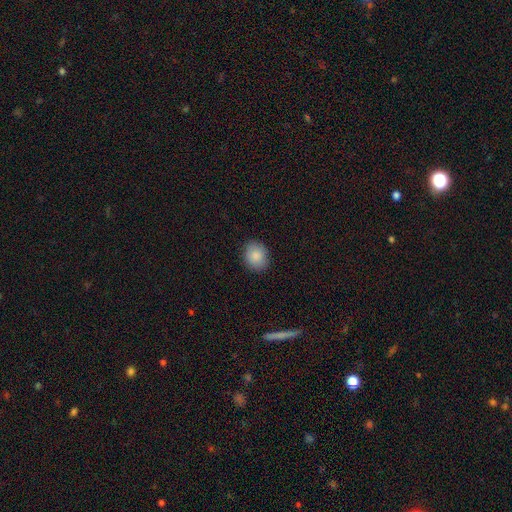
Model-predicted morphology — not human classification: Smooth or featured: smooth — 87% (star or artifact — 8%)
How rounded: round — 65% (in between — 34%)
Merging: none — 88% (minor disturbance — 9%)